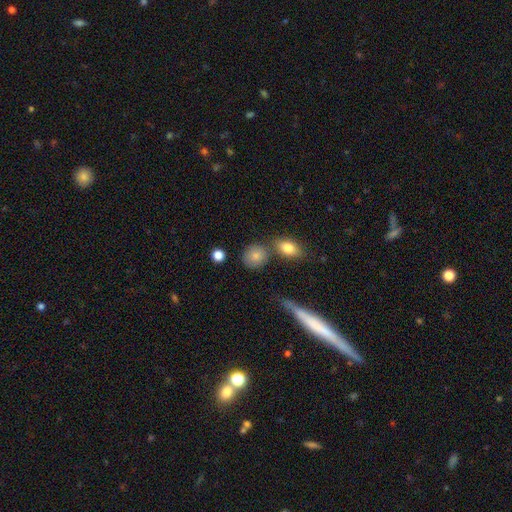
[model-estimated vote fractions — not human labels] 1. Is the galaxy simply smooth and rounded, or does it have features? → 82% smooth, 9% star or artifact, 9% featured or disk.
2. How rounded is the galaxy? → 73% round, 25% in between, 2% cigar-shaped.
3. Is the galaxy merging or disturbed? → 70% none, 13% merger, 12% minor disturbance, 4% major disturbance.